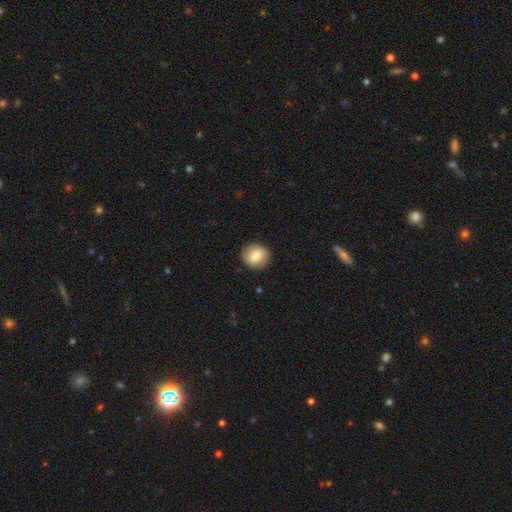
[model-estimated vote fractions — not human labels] Overall: smooth (77%). How rounded: round (86%). Merging: none (88%).